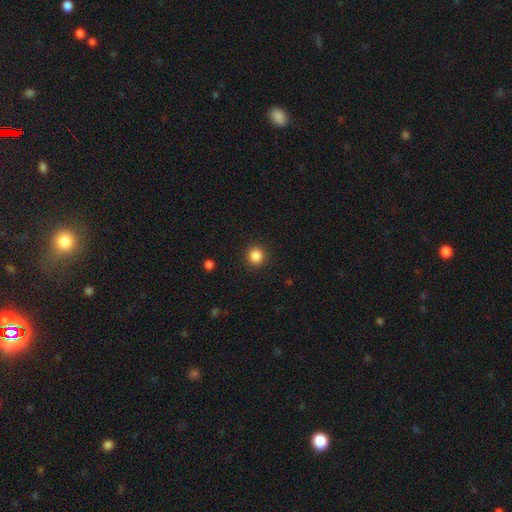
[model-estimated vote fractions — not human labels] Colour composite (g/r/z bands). It shows a smooth galaxy with no disk features (86%) that is round (93%). Merging: none (91%).